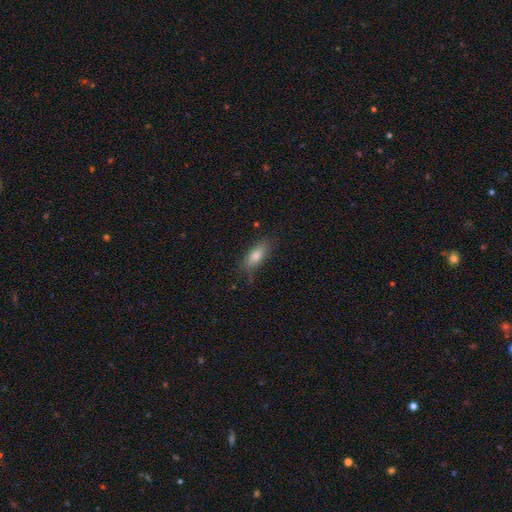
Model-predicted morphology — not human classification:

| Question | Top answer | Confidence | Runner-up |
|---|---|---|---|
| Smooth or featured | smooth | 77% | featured or disk (15%) |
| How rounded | in between | 73% | cigar-shaped (24%) |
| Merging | none | 78% | minor disturbance (17%) |